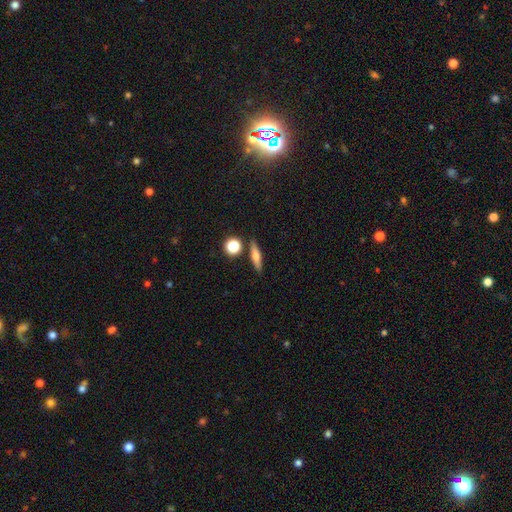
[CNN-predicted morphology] Smooth or featured?
  - smooth: 55% *
  - featured or disk: 36%
  - star or artifact: 9%
How rounded?
  - cigar-shaped: 65% *
  - in between: 25%
  - round: 10%
Merging?
  - none: 82% *
  - minor disturbance: 9%
  - merger: 6%
  - major disturbance: 3%